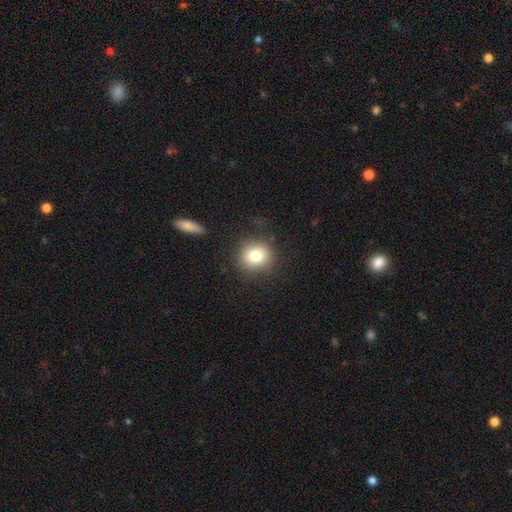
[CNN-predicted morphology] type=smooth (81%); roundness=round (86%); merging=none (84%).